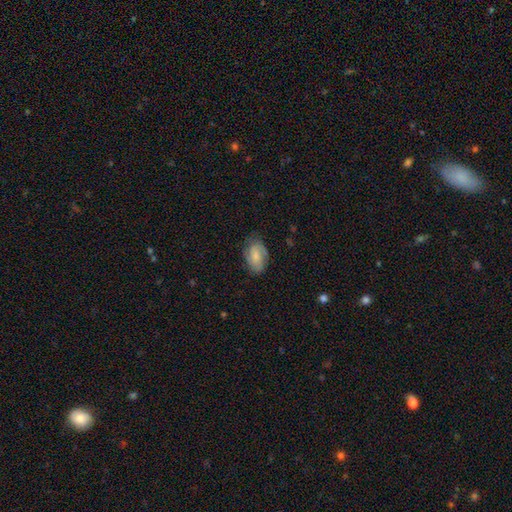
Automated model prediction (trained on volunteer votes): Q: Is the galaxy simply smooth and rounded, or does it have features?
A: smooth — 54%.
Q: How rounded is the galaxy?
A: in between — 87%.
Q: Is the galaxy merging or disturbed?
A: none — 68%.